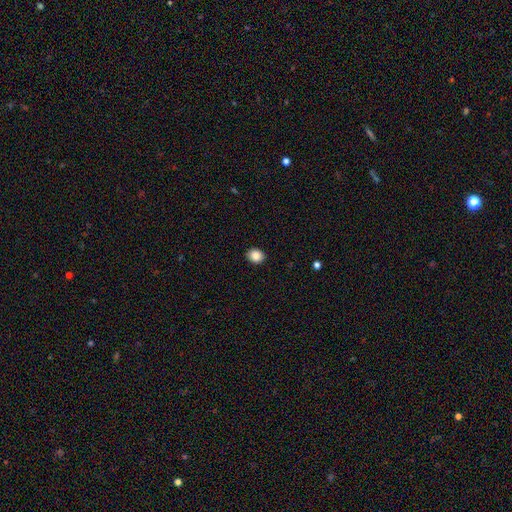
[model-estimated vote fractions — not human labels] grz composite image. It shows a smooth galaxy with no disk features (87%) that is round (58%). Merging: none (91%).